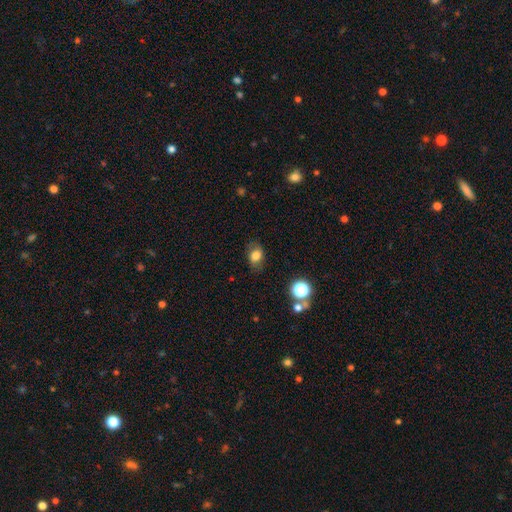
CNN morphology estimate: This appears to be a smooth galaxy with no disk features (77%) that is in between round and cigar-shaped (72%). Merging: none (75%).